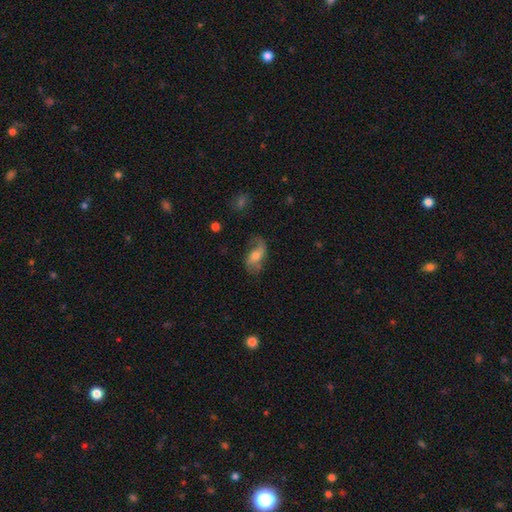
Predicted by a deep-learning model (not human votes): Smooth or featured: featured or disk — 56% (smooth — 36%)
Edge-on disk: no — 93% (yes — 7%)
Bar: no — 52% (weak — 34%)
Spiral arms: yes — 83% (no — 17%)
Bulge size: moderate — 60% (small — 28%)
Merging: none — 57% (minor disturbance — 24%)